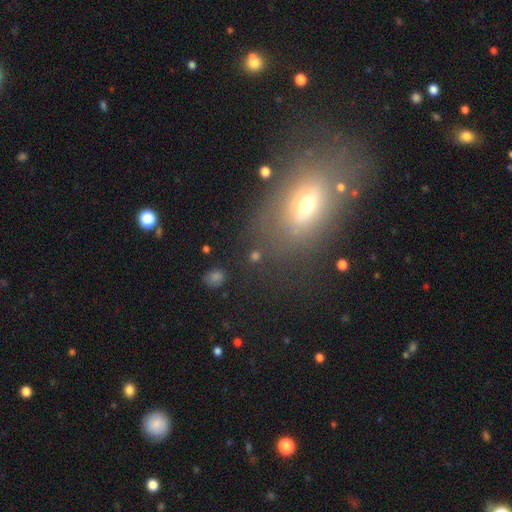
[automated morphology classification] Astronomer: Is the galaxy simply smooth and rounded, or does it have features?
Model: smooth — 54%.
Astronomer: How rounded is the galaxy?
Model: in between — 55% (runner-up: round, 39%).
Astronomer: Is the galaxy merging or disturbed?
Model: none — 68%.